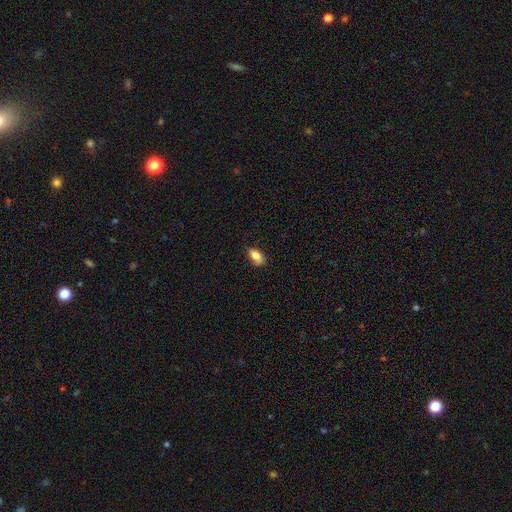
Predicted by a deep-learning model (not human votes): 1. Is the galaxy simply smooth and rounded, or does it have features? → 78% smooth, 15% featured or disk, 8% star or artifact.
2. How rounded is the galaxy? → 89% in between, 6% round, 5% cigar-shaped.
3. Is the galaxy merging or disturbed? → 60% none, 30% minor disturbance, 8% major disturbance, 2% merger.